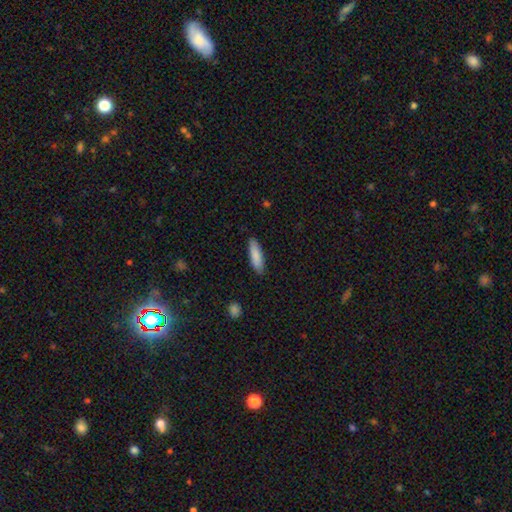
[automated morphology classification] This appears to be a smooth galaxy with no disk features (86%) that is cigar-shaped (58%). Merging: none (86%).